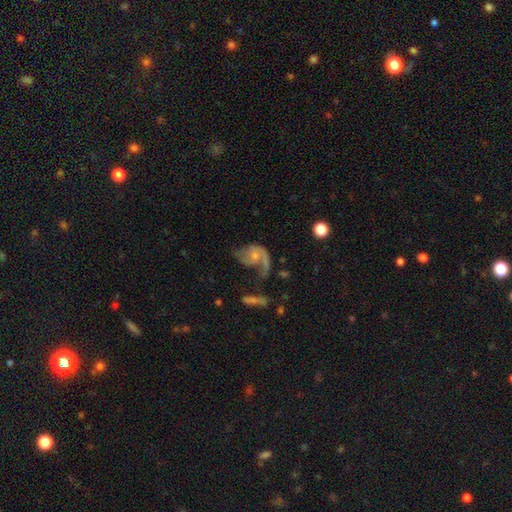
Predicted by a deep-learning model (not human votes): Q: Smooth or featured?
A: featured or disk (69%); runner-up: smooth (24%)
Q: Edge-on disk?
A: no (97%); runner-up: yes (3%)
Q: Bar?
A: no (69%); runner-up: weak (26%)
Q: Spiral arms?
A: yes (81%); runner-up: no (19%)
Q: Spiral winding?
A: loose (60%); runner-up: medium (30%)
Q: Spiral arm count?
A: 1 (47%); runner-up: 2 (43%)
Q: Bulge size?
A: small (53%); runner-up: moderate (30%)
Q: Merging?
A: major disturbance (45%); runner-up: none (26%)